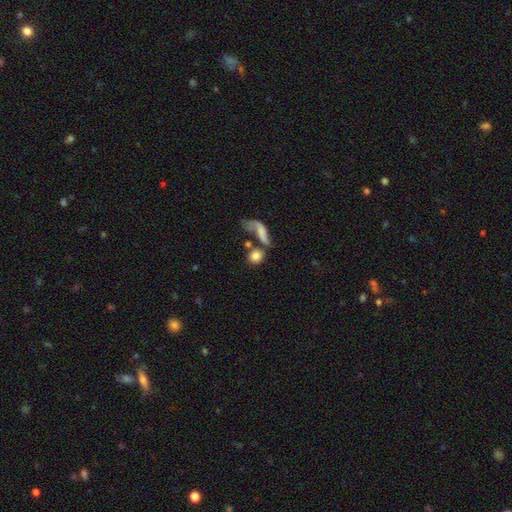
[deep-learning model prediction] Smooth or featured?
  - smooth: 79% *
  - featured or disk: 12%
  - star or artifact: 9%
How rounded?
  - round: 68% *
  - in between: 28%
  - cigar-shaped: 4%
Merging?
  - none: 43% *
  - merger: 33%
  - major disturbance: 12%
  - minor disturbance: 11%